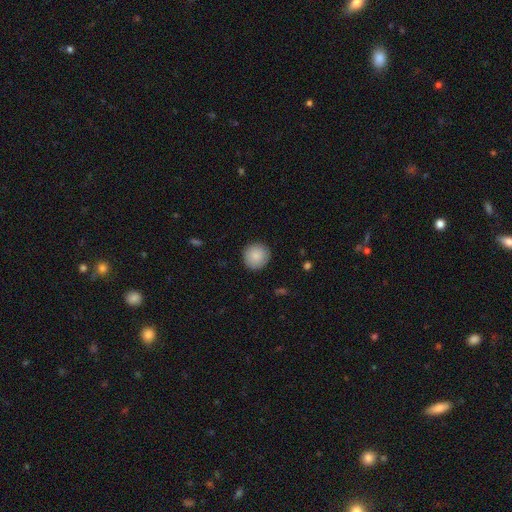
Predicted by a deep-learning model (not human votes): Overall: smooth (87%). How rounded: round (94%). Merging: none (90%).